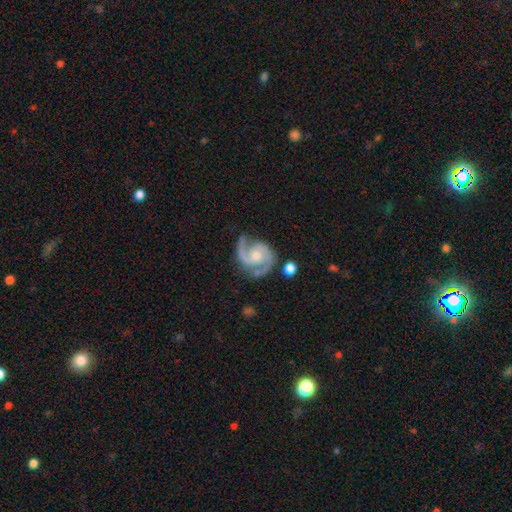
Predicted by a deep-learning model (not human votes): Smooth or featured?
  - featured or disk: 93% *
  - star or artifact: 4%
  - smooth: 3%
Edge-on disk?
  - no: 98% *
  - yes: 2%
Bar?
  - no: 64% *
  - weak: 30%
  - strong: 7%
Spiral arms?
  - yes: 99% *
  - no: 1%
Spiral winding?
  - medium: 55% *
  - tight: 36%
  - loose: 9%
Spiral arm count?
  - 2: 89% *
  - 3: 6%
  - can't tell: 2%
  - 1: 1%
  - 4: 1%
  - more than 4: 1%
Bulge size?
  - moderate: 49% *
  - small: 46%
  - none: 3%
  - large: 2%
  - dominant: 1%
Merging?
  - none: 75% *
  - minor disturbance: 17%
  - major disturbance: 5%
  - merger: 3%